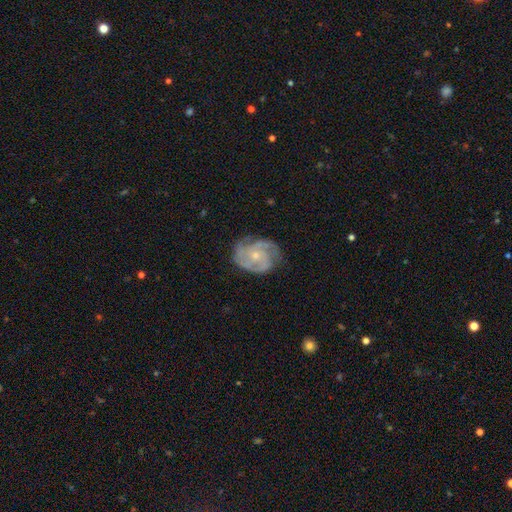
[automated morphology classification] smooth-or-featured: featured or disk: 89% | smooth: 6% | star or artifact: 5%
  disk-edge-on: no: 98% | yes: 2%
    bar: no: 75% | weak: 21% | strong: 4%
    has-spiral-arms: yes: 98% | no: 2%
      spiral-winding: tight: 57% | medium: 37% | loose: 6%
      spiral-arm-count: 3: 53% | 2: 18% | 4: 11% | can't tell: 9% | 1: 4% | more than 4: 4%
    bulge-size: small: 65% | moderate: 31% | none: 2% | large: 1% | dominant: 1%
  merging: none: 74% | minor disturbance: 19% | major disturbance: 6% | merger: 1%